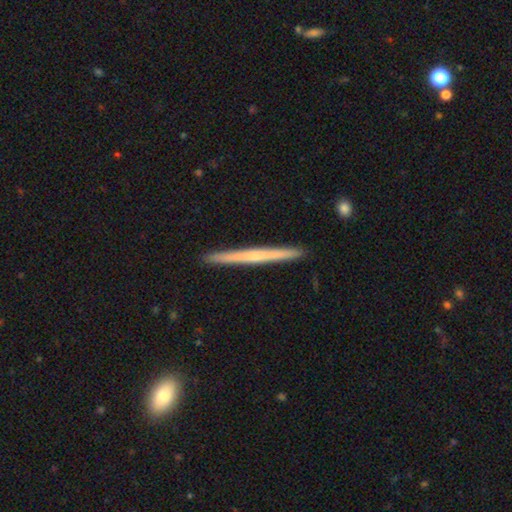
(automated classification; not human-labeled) smooth_or_featured: featured or disk (p=0.57) [alt: smooth p=0.38]
disk_edge_on: yes (p=0.98) [alt: no p=0.02]
edge_on_bulge: none (p=0.68) [alt: rounded p=0.27]
merging: none (p=0.93) [alt: minor disturbance p=0.05]